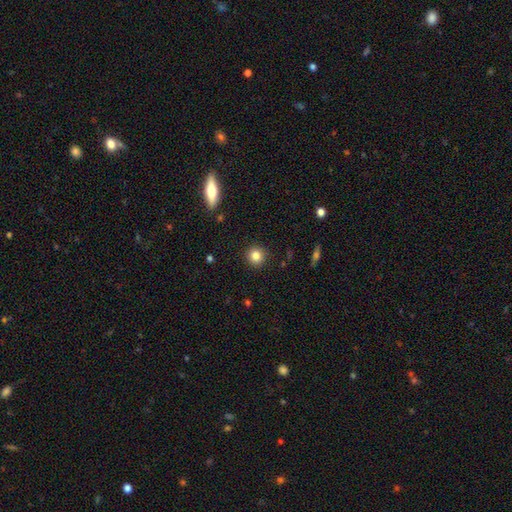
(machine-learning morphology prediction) smooth_or_featured: smooth (p=0.84) [alt: star or artifact p=0.11]
how_rounded: round (p=0.93) [alt: in between p=0.06]
merging: none (p=0.91) [alt: minor disturbance p=0.06]